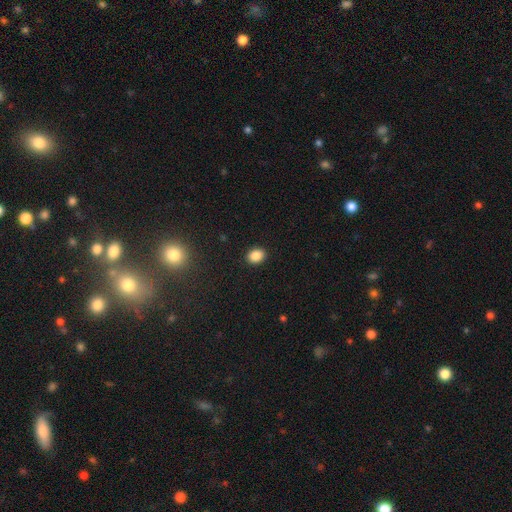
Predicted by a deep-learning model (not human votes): A smooth galaxy with no disk features (87%) that is in between round and cigar-shaped (56%).

Vote fractions:
- Smooth or featured? smooth: 87% / star or artifact: 9% / featured or disk: 4%
- How rounded? in between: 56% / round: 43% / cigar-shaped: 1%
- Merging? none: 91% / minor disturbance: 6% / major disturbance: 2% / merger: 1%